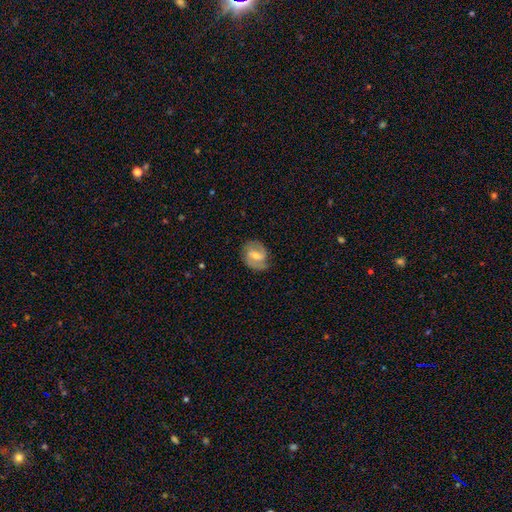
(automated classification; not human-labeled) Smooth or featured? featured or disk (73%)
Edge-on disk? no (97%)
Bar? weak (50%)
Spiral arms? yes (90%)
Spiral winding? medium (47%)
Spiral arm count? 2 (84%)
Bulge size? moderate (54%)
Merging? none (78%)